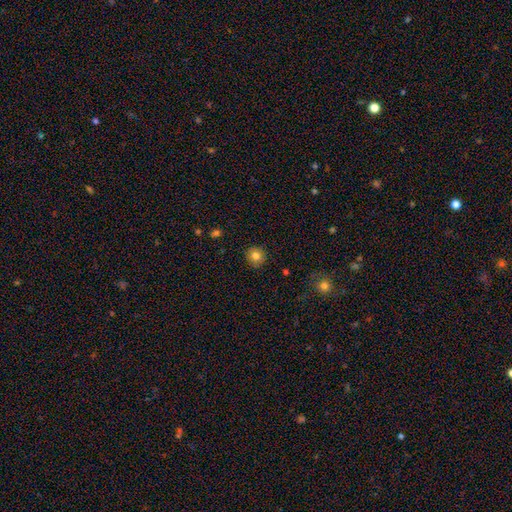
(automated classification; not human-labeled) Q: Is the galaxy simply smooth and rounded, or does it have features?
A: smooth — 82%.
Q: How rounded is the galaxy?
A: round — 92%.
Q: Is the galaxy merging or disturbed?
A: none — 90%.